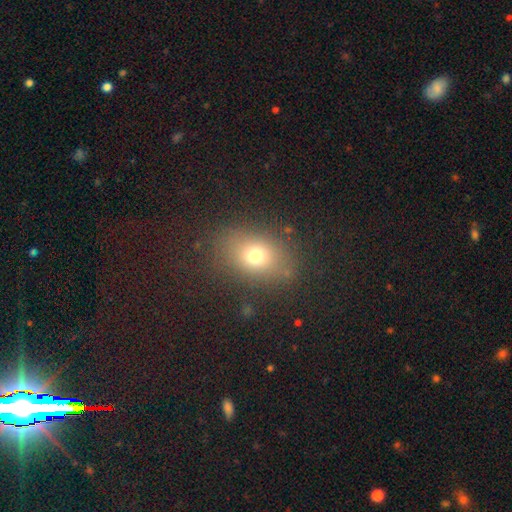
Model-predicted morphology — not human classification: type=smooth (71%); roundness=in between (61%); merging=none (81%).